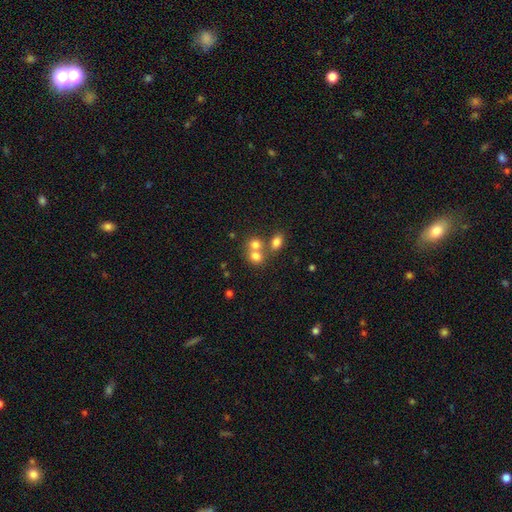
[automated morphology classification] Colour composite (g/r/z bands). It shows a smooth galaxy with no disk features (73%) that is round (71%). Merging: merger (53%).